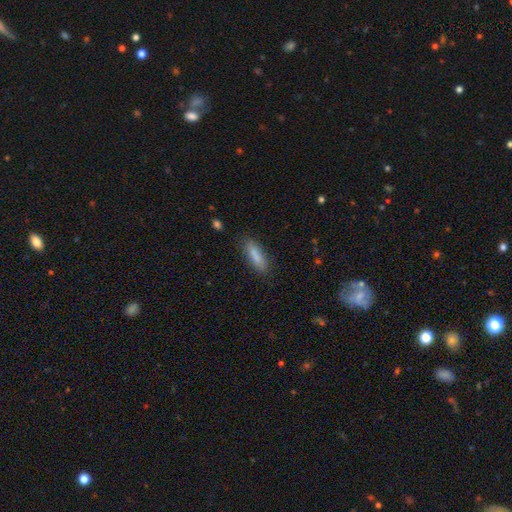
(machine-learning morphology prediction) smooth-or-featured: smooth: 86% | featured or disk: 7% | star or artifact: 6%
  how-rounded: in between: 50% | cigar-shaped: 48% | round: 2%
  merging: none: 84% | minor disturbance: 12% | major disturbance: 3% | merger: 1%